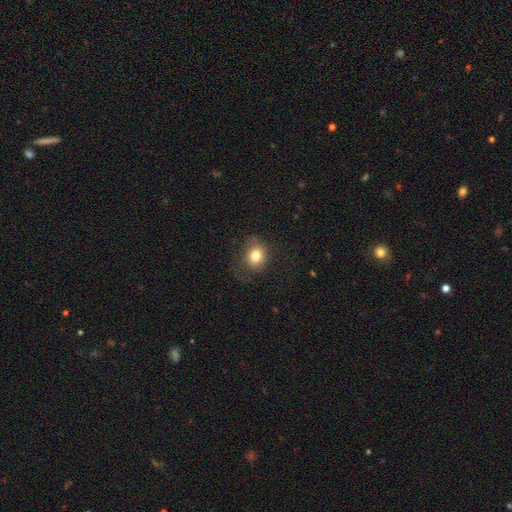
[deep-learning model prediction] smooth-or-featured: smooth: 78% | featured or disk: 11% | star or artifact: 11%
  how-rounded: round: 57% | in between: 42% | cigar-shaped: 1%
  merging: none: 67% | minor disturbance: 20% | major disturbance: 12% | merger: 1%